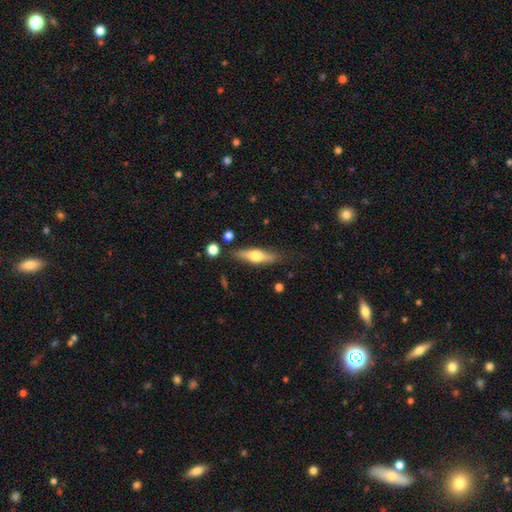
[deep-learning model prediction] Smooth or featured?
  - featured or disk: 51% *
  - smooth: 43%
  - star or artifact: 6%
Edge-on disk?
  - yes: 92% *
  - no: 8%
Merging?
  - none: 80% *
  - minor disturbance: 13%
  - merger: 4%
  - major disturbance: 3%